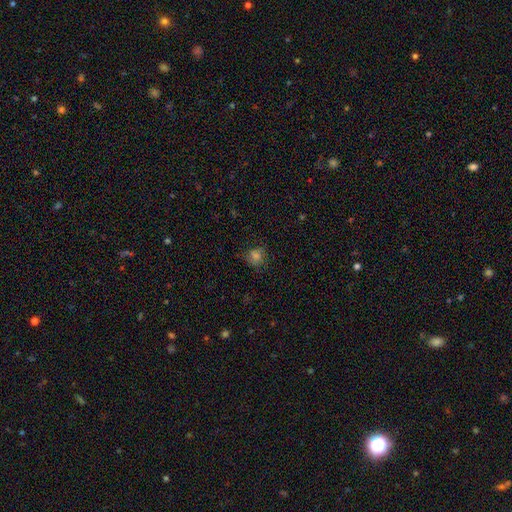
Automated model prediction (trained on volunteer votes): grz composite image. It shows a smooth galaxy with no disk features (68%) that is round (81%). Merging: none (73%).